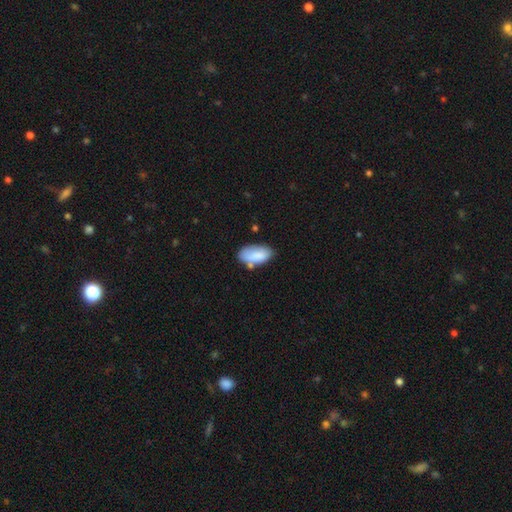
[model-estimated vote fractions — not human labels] smooth-or-featured: smooth: 83% | featured or disk: 10% | star or artifact: 7%
  how-rounded: in between: 93% | cigar-shaped: 4% | round: 2%
  merging: none: 61% | minor disturbance: 23% | merger: 11% | major disturbance: 6%